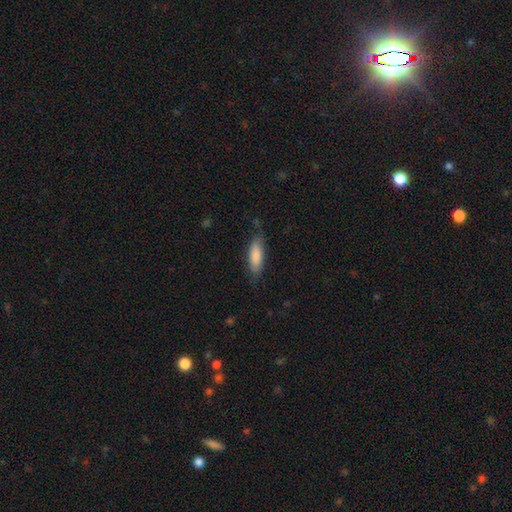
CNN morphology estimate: smooth_or_featured: smooth (p=0.85) [alt: featured or disk p=0.09]
how_rounded: in between (p=0.64) [alt: cigar-shaped p=0.35]
merging: none (p=0.75) [alt: minor disturbance p=0.19]